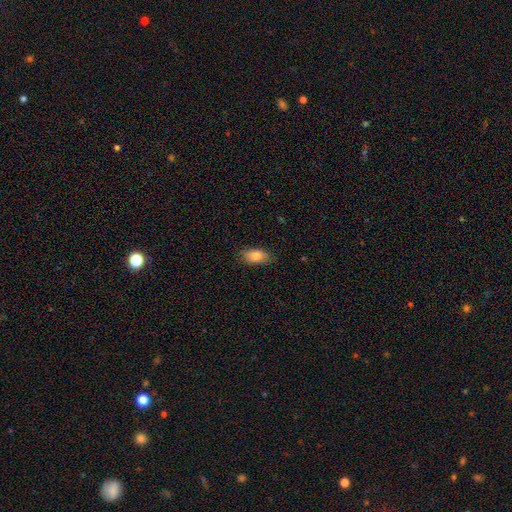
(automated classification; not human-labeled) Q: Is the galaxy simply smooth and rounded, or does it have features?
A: smooth — 86%.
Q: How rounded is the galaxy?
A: in between — 91%.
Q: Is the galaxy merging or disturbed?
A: none — 83%.